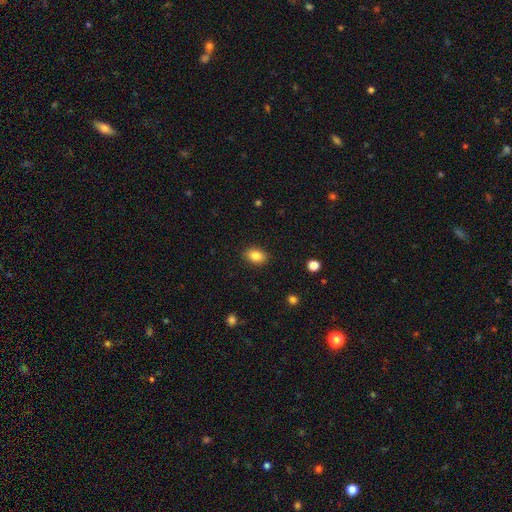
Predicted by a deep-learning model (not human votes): A smooth galaxy with no disk features (85%) that is in between round and cigar-shaped (76%).

Vote fractions:
- Smooth or featured? smooth: 85% / star or artifact: 9% / featured or disk: 6%
- How rounded? in between: 76% / round: 22% / cigar-shaped: 1%
- Merging? none: 88% / minor disturbance: 8% / major disturbance: 2% / merger: 1%